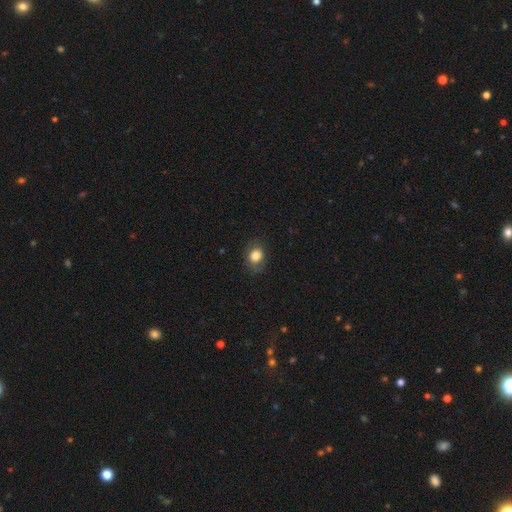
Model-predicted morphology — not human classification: Smooth or featured? smooth (82%)
How rounded? round (51%)
Merging? none (78%)